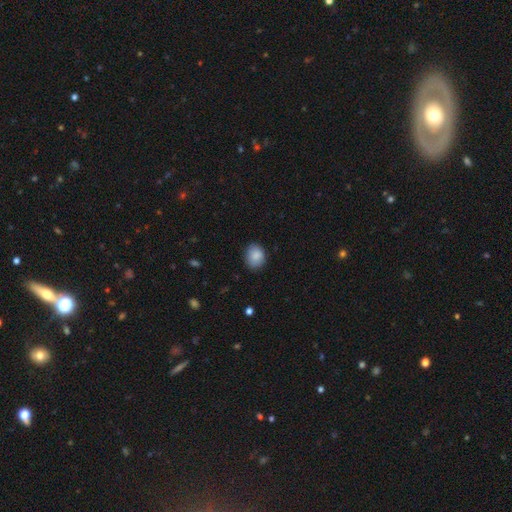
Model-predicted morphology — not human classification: A smooth galaxy with no disk features (88%) that is round (53%).

Vote fractions:
- Smooth or featured? smooth: 88% / star or artifact: 8% / featured or disk: 5%
- How rounded? round: 53% / in between: 46% / cigar-shaped: 1%
- Merging? none: 81% / minor disturbance: 15% / major disturbance: 3% / merger: 1%